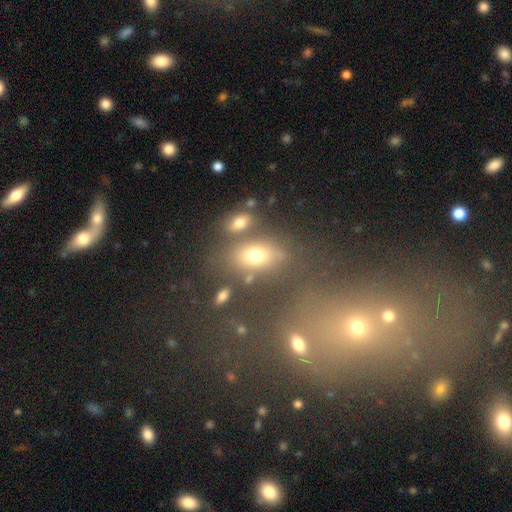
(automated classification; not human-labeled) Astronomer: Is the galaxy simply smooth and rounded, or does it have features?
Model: smooth — 68%.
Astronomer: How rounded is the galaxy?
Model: in between — 80%.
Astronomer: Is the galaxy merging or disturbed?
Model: none — 61%.